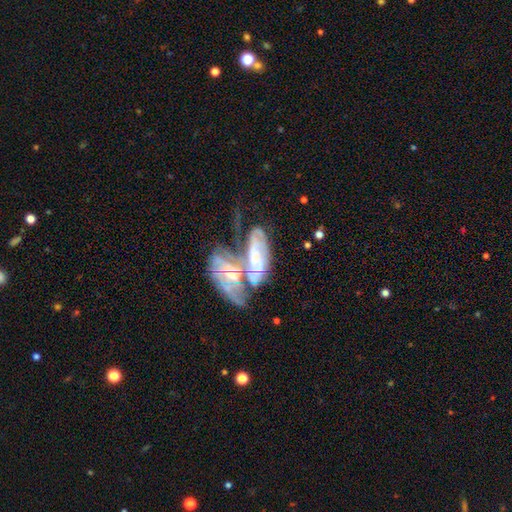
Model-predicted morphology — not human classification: smooth-or-featured: featured or disk: 70% | smooth: 22% | star or artifact: 8%
  disk-edge-on: no: 91% | yes: 9%
    bar: no: 57% | weak: 30% | strong: 13%
    has-spiral-arms: yes: 80% | no: 20%
      spiral-winding: tight: 52% | medium: 32% | loose: 16%
      spiral-arm-count: can't tell: 49% | 2: 29% | 3: 8% | 1: 6% | 4: 4% | more than 4: 3%
    bulge-size: small: 52% | moderate: 27% | none: 15% | large: 4% | dominant: 2%
  merging: merger: 68% | none: 13% | major disturbance: 10% | minor disturbance: 9%